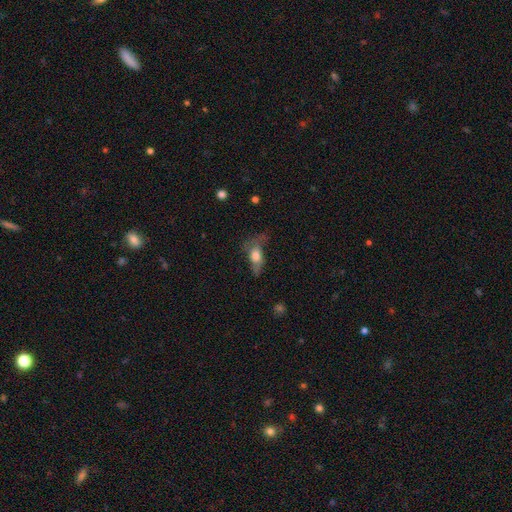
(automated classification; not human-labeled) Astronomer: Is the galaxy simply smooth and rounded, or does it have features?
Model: smooth — 56% (runner-up: featured or disk, 35%).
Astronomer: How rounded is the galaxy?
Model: in between — 71%.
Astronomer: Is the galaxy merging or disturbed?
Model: none — 36% (runner-up: major disturbance, 34%).